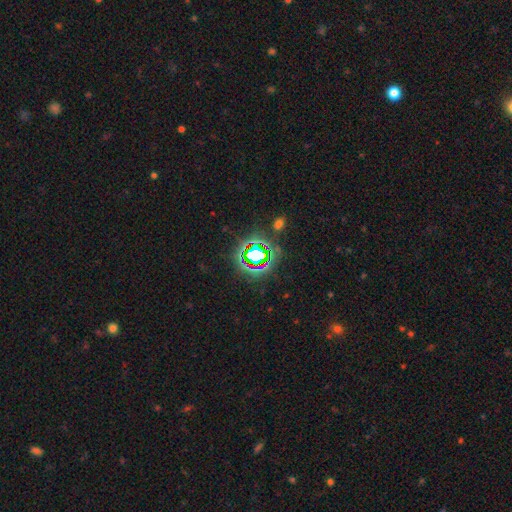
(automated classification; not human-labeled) Smooth or featured?
  - star or artifact: 72% *
  - smooth: 16%
  - featured or disk: 12%